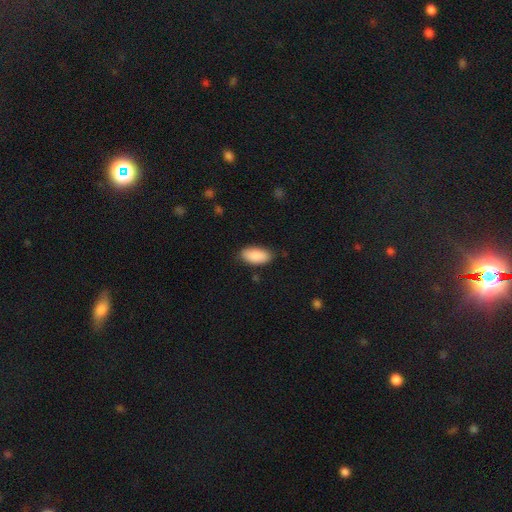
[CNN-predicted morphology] Smooth or featured? smooth (88%)
How rounded? in between (92%)
Merging? none (83%)